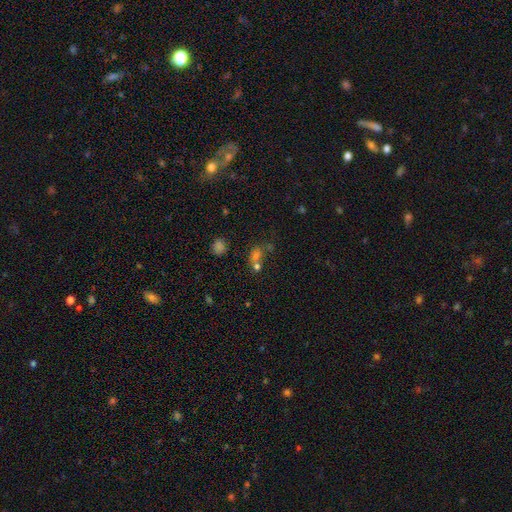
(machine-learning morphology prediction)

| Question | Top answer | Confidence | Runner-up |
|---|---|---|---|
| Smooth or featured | smooth | 52% | star or artifact (35%) |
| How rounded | round | 63% | in between (34%) |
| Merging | none | 44% | merger (40%) |